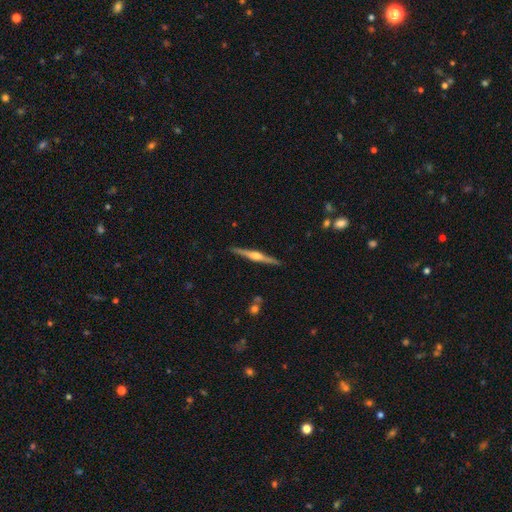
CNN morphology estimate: Smooth or featured? Predicted: featured or disk (p=0.77). Edge-on disk? Predicted: yes (p=0.98). Edge-on bulge? Predicted: rounded (p=0.86). Merging? Predicted: none (p=0.91).